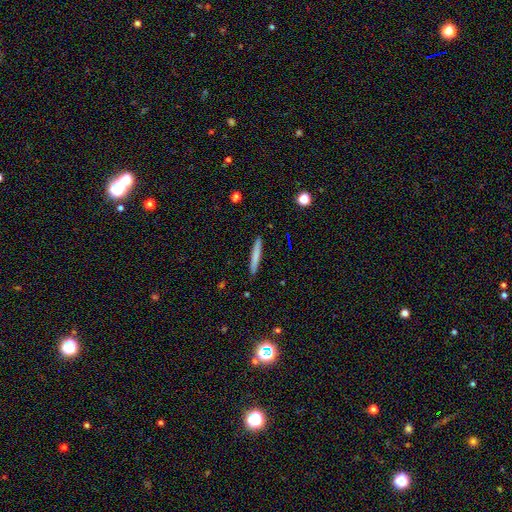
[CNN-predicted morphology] smooth 74%, featured or disk 20%, star or artifact 6%. Down the decision tree: how rounded — cigar-shaped (96%); merging — none (91%).